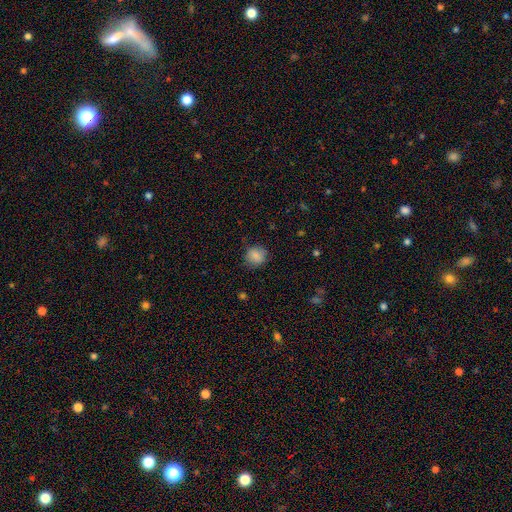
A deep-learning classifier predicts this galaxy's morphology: smooth-or-featured: smooth: 85% | star or artifact: 9% | featured or disk: 6%
  how-rounded: round: 86% | in between: 13% | cigar-shaped: 1%
  merging: none: 82% | minor disturbance: 13% | major disturbance: 4% | merger: 1%